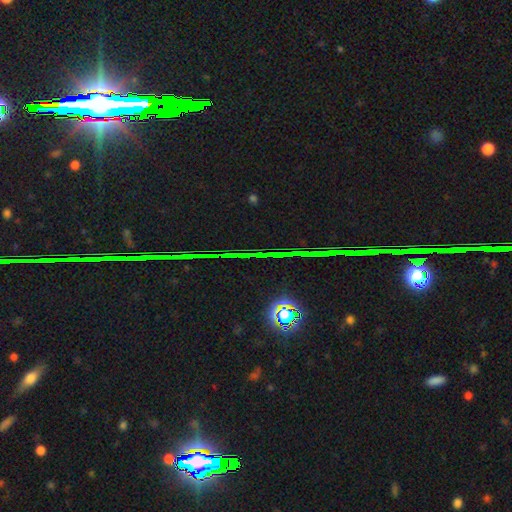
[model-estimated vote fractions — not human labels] The model was most divided on "smooth or featured": star or artifact: 85%, featured or disk: 8%, smooth: 7%.